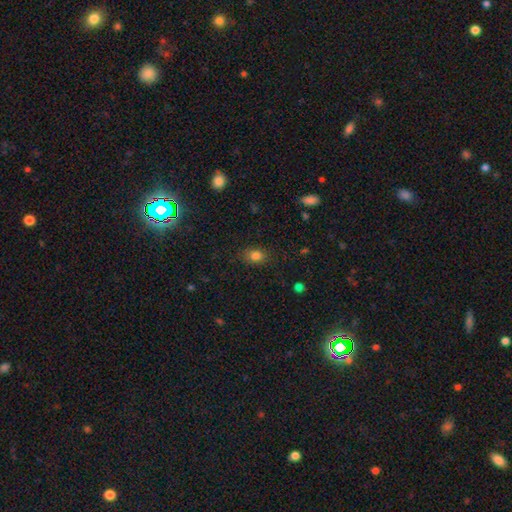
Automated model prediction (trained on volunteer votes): Q: Smooth or featured?
A: smooth (81%); runner-up: star or artifact (13%)
Q: How rounded?
A: in between (65%); runner-up: round (34%)
Q: Merging?
A: none (83%); runner-up: minor disturbance (13%)